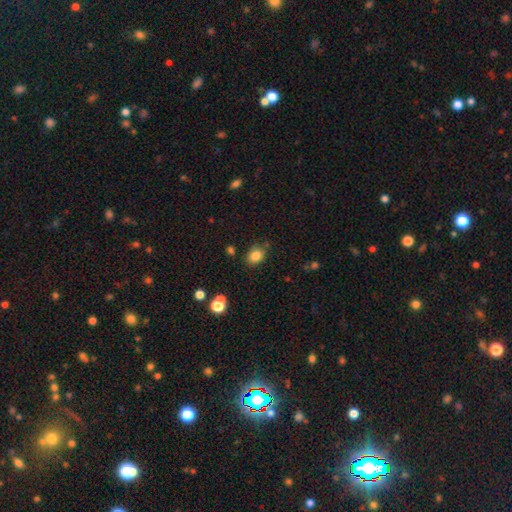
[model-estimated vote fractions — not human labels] Morphology: type=smooth (83%); roundness=in between (58%); merging=none (77%).